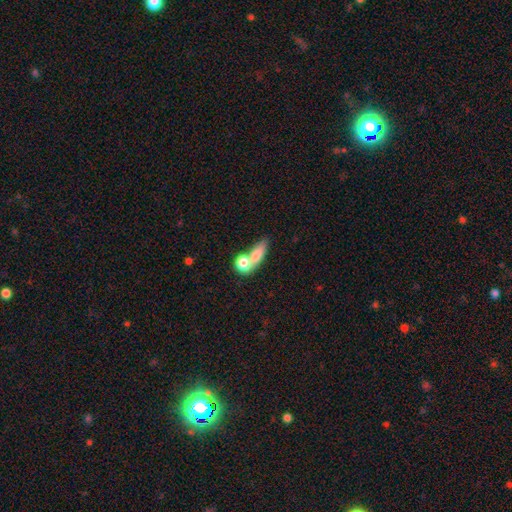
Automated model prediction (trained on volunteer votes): A smooth galaxy with no disk features (71%) that is in between round and cigar-shaped (48%). Merging: merger (50%).